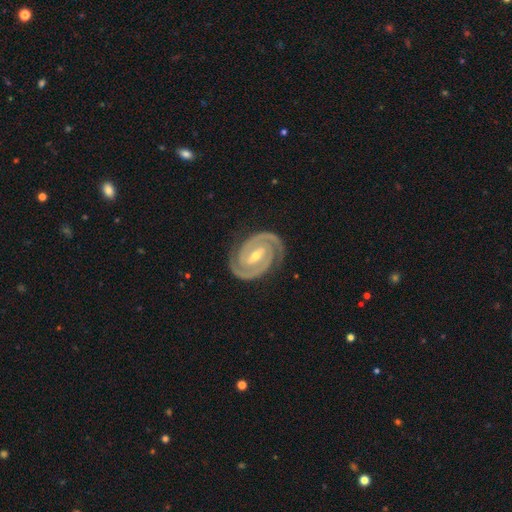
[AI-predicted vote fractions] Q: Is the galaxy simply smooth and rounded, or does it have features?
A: featured or disk — 94%.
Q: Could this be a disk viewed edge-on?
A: no — 98%.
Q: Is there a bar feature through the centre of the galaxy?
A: strong — 47%.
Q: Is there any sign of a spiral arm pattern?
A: yes — 99%.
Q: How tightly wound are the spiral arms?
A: tight — 75%.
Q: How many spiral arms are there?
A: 2 — 93%.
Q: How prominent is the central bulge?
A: small — 49%.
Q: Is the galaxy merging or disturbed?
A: none — 86%.